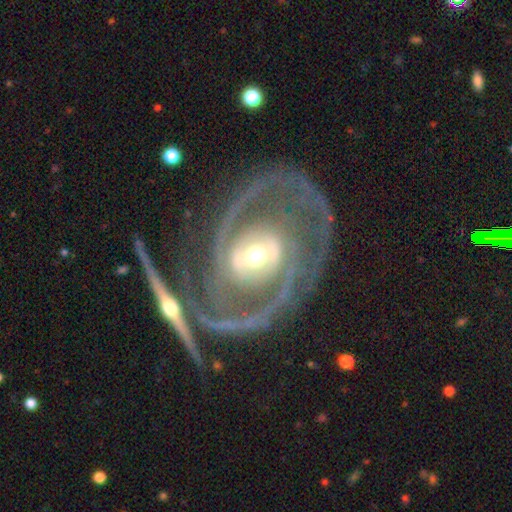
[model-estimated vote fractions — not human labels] A featured or disk galaxy (91%) with a weak bar (35%), 2 (77%) tight (45%) spiral arms (95%) and a moderate central bulge (55%).

Vote fractions:
- Smooth or featured? featured or disk: 91% / star or artifact: 5% / smooth: 5%
- Edge-on disk? no: 96% / yes: 4%
- Bar? weak: 35% / strong: 33% / no: 32%
- Spiral arms? yes: 95% / no: 5%
- Spiral winding? tight: 45% / medium: 43% / loose: 12%
- Spiral arm count? 2: 77% / 3: 8% / can't tell: 7% / 1: 3% / 4: 3% / more than 4: 2%
- Bulge size? moderate: 55% / small: 37% / large: 5% / dominant: 1% / none: 1%
- Merging? none: 52% / merger: 18% / minor disturbance: 16% / major disturbance: 14%